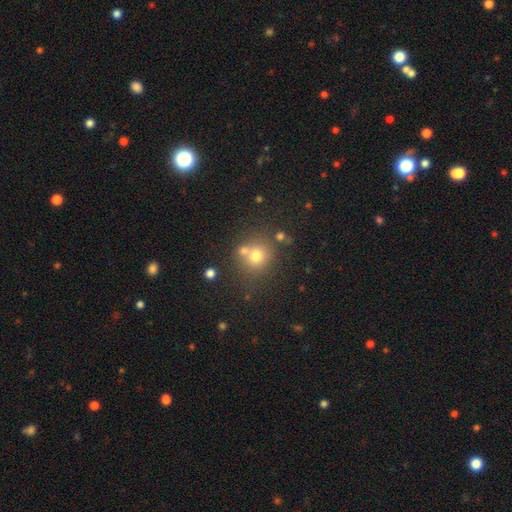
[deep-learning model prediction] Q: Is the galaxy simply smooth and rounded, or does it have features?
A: smooth — 70%.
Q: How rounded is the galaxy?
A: round — 87%.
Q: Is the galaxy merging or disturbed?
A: none — 62%.